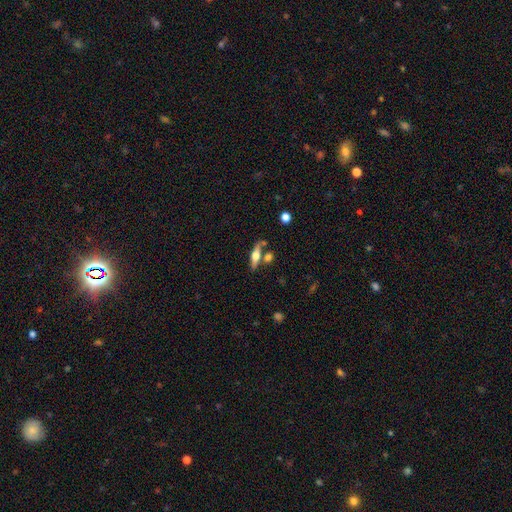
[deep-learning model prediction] Smooth or featured? Predicted: featured or disk (p=0.55). Edge-on disk? Predicted: yes (p=0.91). Edge-on bulge? Predicted: rounded (p=0.92). Merging? Predicted: none (p=0.66).